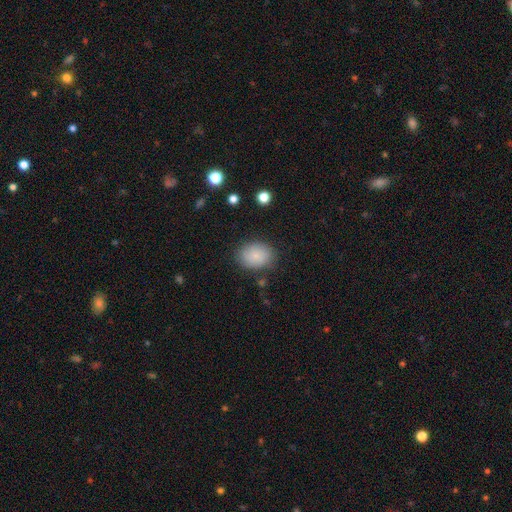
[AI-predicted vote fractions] A smooth galaxy with no disk features (82%) that is in between round and cigar-shaped (64%).

Vote fractions:
- Smooth or featured? smooth: 82% / featured or disk: 11% / star or artifact: 8%
- How rounded? in between: 64% / round: 35% / cigar-shaped: 1%
- Merging? none: 82% / minor disturbance: 13% / major disturbance: 4% / merger: 2%